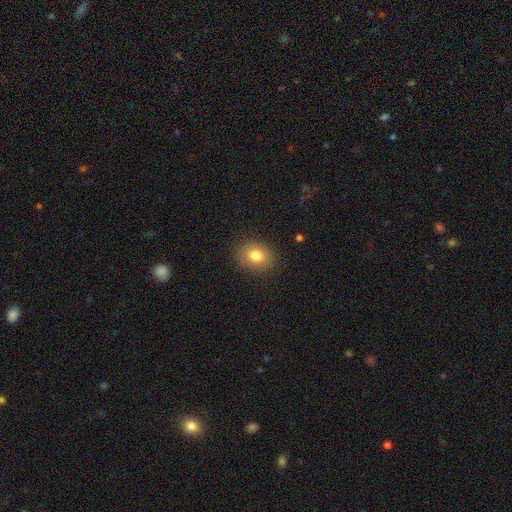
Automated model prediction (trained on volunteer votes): Overall: smooth (80%). How rounded: in between (54%; round 46%). Merging: none (85%).